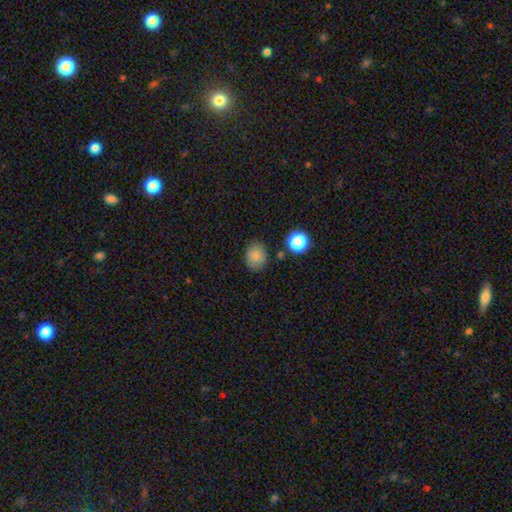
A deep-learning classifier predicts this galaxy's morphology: smooth 82%, star or artifact 11%, featured or disk 6%. Down the decision tree: how rounded — round (63%); merging — none (80%).